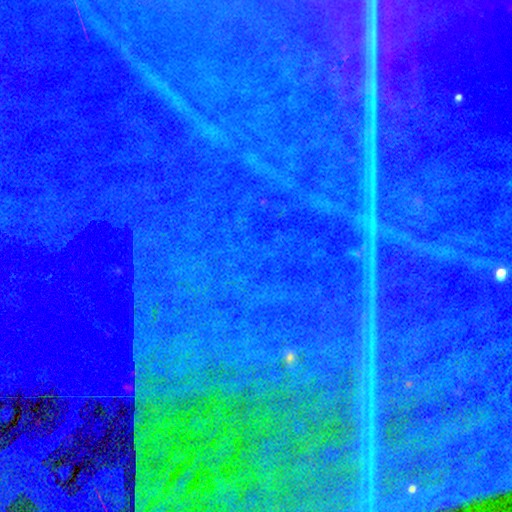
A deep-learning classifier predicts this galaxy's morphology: A star or artifact, not a galaxy (88%).